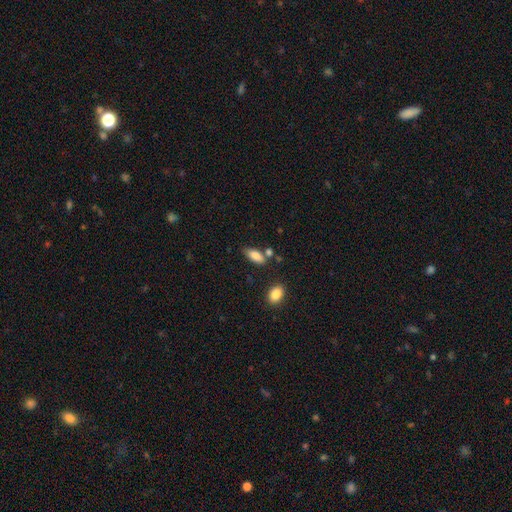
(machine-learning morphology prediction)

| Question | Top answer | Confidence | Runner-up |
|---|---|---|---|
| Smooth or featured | smooth | 85% | featured or disk (8%) |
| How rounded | in between | 85% | cigar-shaped (12%) |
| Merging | none | 66% | minor disturbance (18%) |